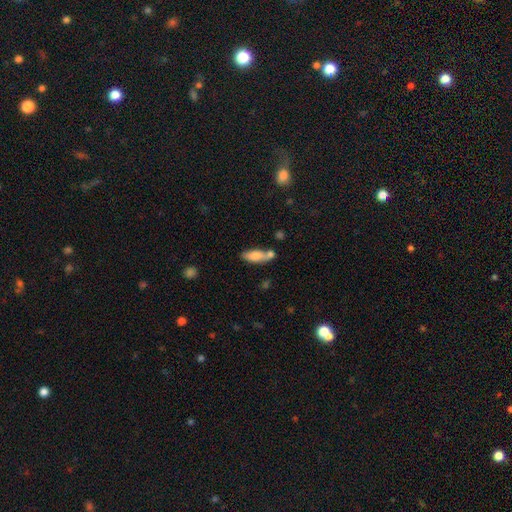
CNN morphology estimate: Overall: smooth (76%). How rounded: in between (66%; cigar-shaped 32%). Merging: none (51%; merger 27%).